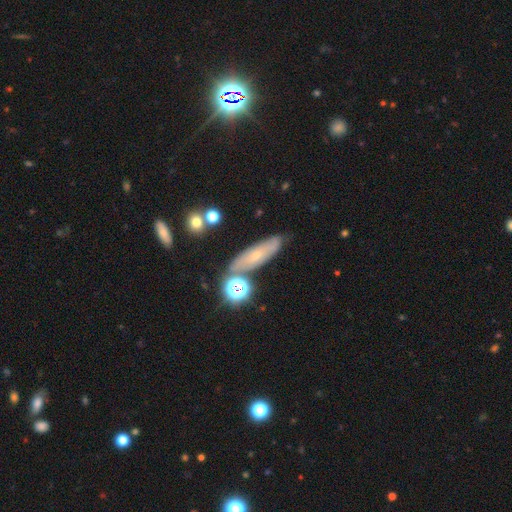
This is possibly a smooth galaxy (55%). How rounded: possibly in between (59%). Merging: likely none (62%).